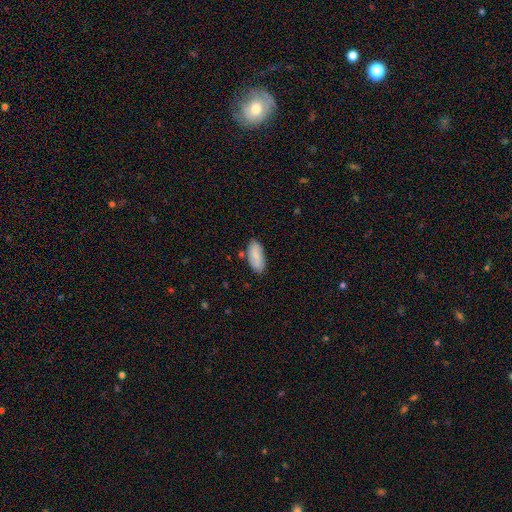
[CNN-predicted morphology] smooth_or_featured: smooth (p=0.84) [alt: featured or disk p=0.10]
how_rounded: in between (p=0.87) [alt: cigar-shaped p=0.11]
merging: none (p=0.79) [alt: minor disturbance p=0.15]